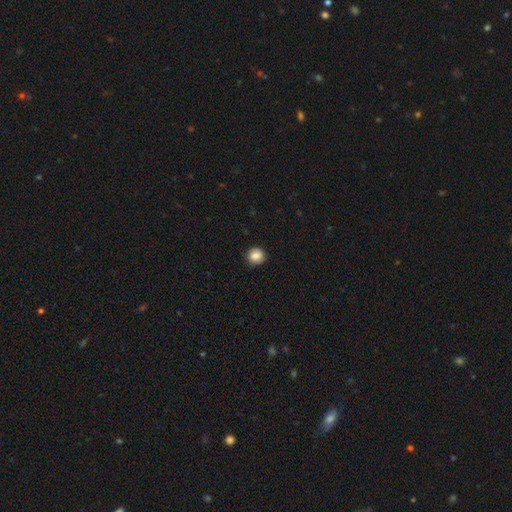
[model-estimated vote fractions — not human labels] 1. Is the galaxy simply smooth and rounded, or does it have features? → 84% smooth, 9% star or artifact, 7% featured or disk.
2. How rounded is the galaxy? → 84% round, 15% in between, 1% cigar-shaped.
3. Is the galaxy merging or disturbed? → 87% none, 10% minor disturbance, 2% major disturbance, 1% merger.